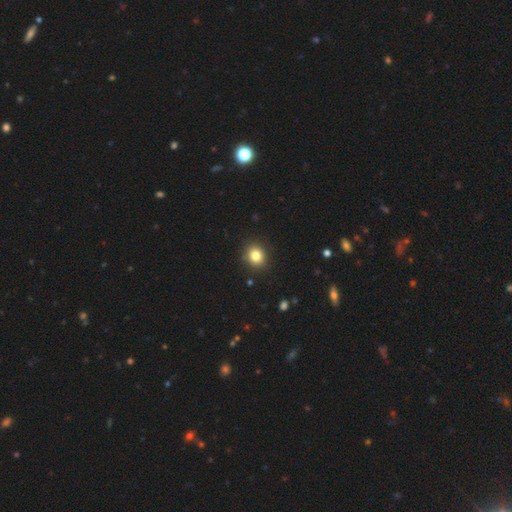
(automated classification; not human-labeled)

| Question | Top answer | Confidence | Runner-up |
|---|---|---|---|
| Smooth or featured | smooth | 82% | star or artifact (11%) |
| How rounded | round | 77% | in between (23%) |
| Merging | none | 90% | minor disturbance (7%) |